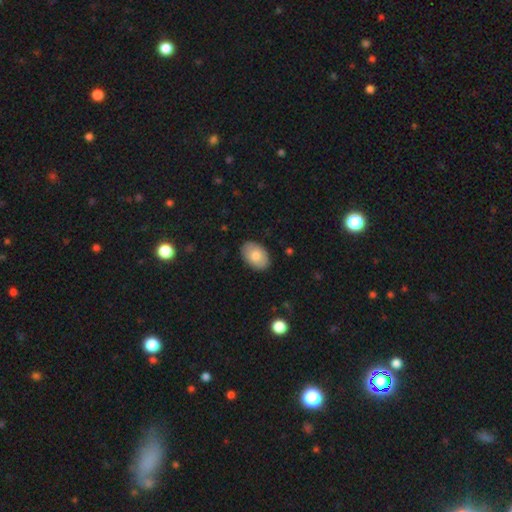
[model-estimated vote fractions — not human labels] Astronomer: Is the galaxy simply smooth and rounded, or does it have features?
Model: smooth — 79%.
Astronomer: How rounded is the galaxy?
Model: in between — 88%.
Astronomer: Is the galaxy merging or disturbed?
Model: none — 88%.